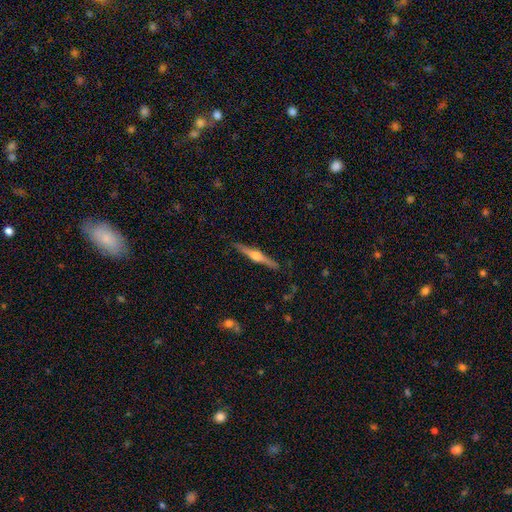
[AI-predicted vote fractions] Q: Smooth or featured?
A: featured or disk (76%); runner-up: smooth (19%)
Q: Edge-on disk?
A: yes (98%); runner-up: no (2%)
Q: Edge-on bulge?
A: rounded (90%); runner-up: boxy (7%)
Q: Merging?
A: none (89%); runner-up: minor disturbance (8%)